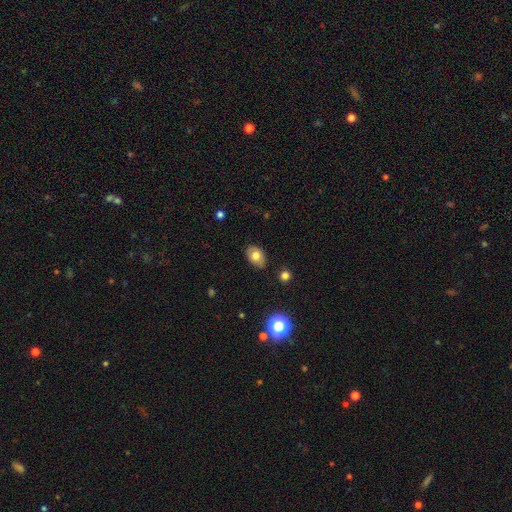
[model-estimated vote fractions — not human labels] smooth_or_featured: smooth (p=0.75) [alt: featured or disk p=0.16]
how_rounded: in between (p=0.83) [alt: round p=0.16]
merging: none (p=0.81) [alt: minor disturbance p=0.15]